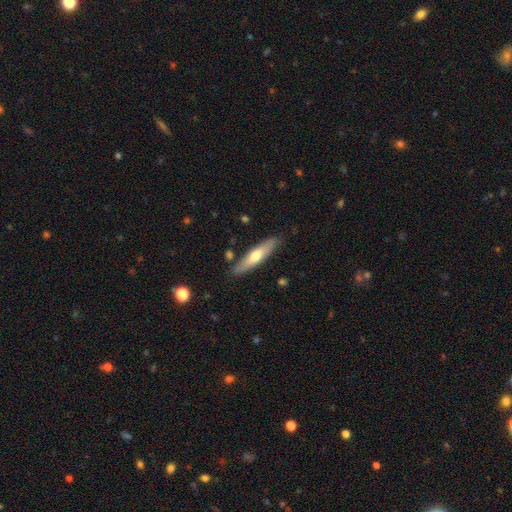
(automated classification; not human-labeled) The model was most divided on "smooth or featured": smooth: 54%, featured or disk: 40%, star or artifact: 5%. More confident: merging — none (84%); how rounded — cigar-shaped (79%).